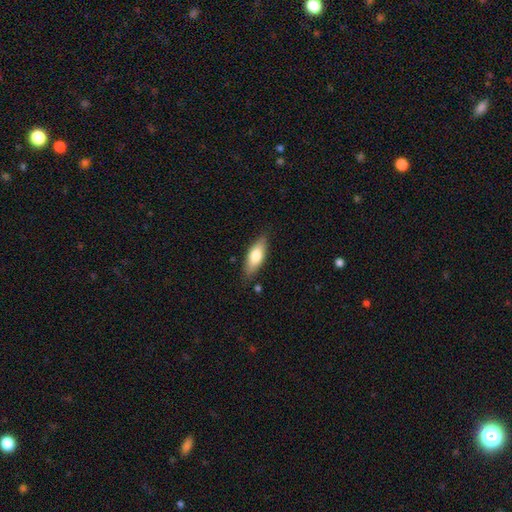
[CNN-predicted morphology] This is likely a smooth galaxy (71%). How rounded: likely in between (68%). Merging: clearly none (82%).